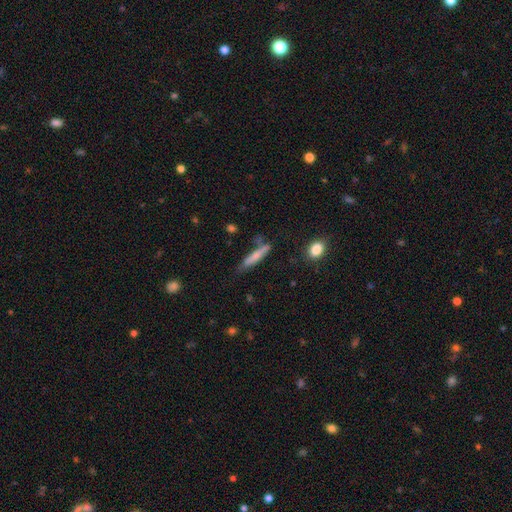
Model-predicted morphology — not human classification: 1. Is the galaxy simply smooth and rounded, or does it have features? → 66% smooth, 27% featured or disk, 7% star or artifact.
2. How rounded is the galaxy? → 89% cigar-shaped, 9% in between, 2% round.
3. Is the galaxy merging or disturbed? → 65% none, 21% minor disturbance, 8% merger, 6% major disturbance.